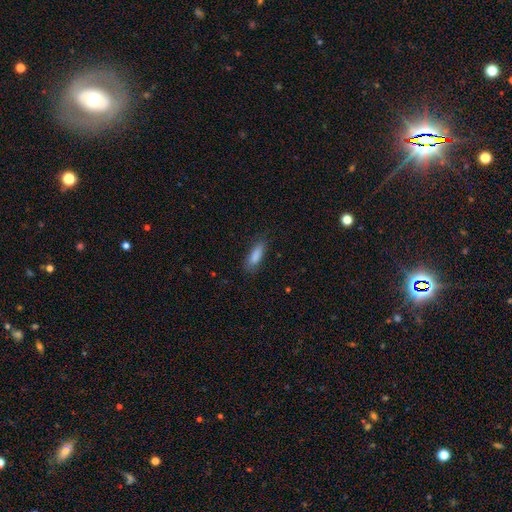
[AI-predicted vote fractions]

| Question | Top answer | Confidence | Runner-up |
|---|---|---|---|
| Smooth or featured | smooth | 86% | featured or disk (7%) |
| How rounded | in between | 57% | cigar-shaped (41%) |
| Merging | none | 80% | minor disturbance (15%) |